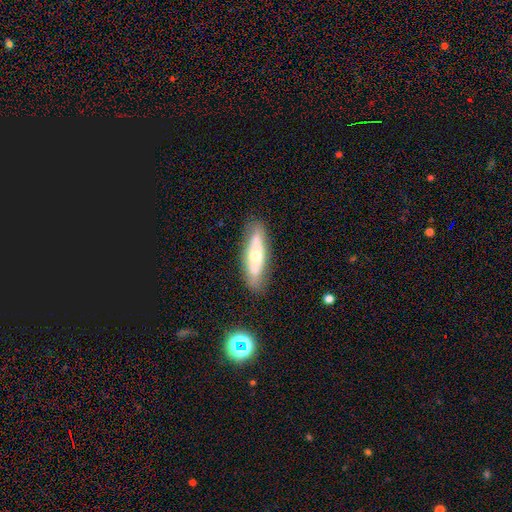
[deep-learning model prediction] This is possibly a featured or disk galaxy (50%). It is likely not viewed edge-on (61%). Merging: likely none (79%).